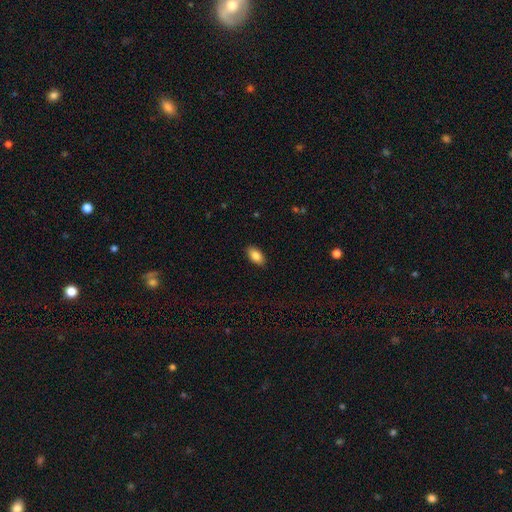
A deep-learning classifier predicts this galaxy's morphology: smooth 86%, star or artifact 7%, featured or disk 6%. Down the decision tree: how rounded — in between (93%); merging — none (88%).